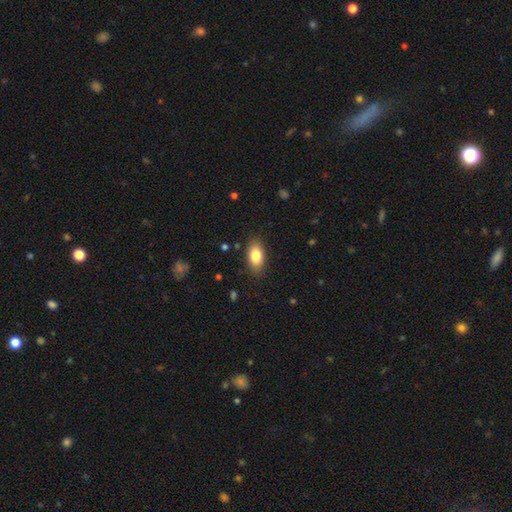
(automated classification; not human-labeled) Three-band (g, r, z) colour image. It shows a smooth galaxy with no disk features (83%) that is in between round and cigar-shaped (90%). Merging: none (85%).